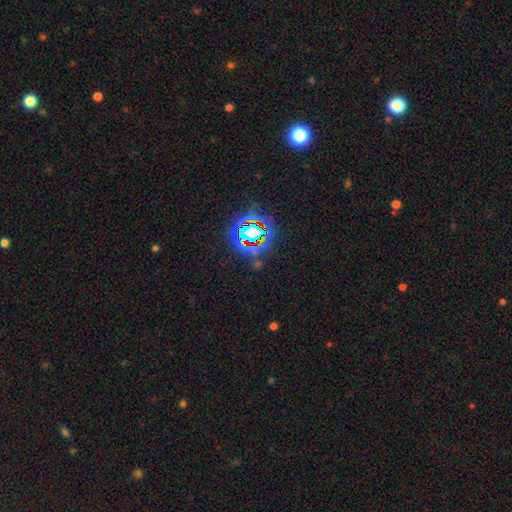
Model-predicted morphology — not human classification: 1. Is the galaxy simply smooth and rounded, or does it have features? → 80% star or artifact, 11% smooth, 9% featured or disk.